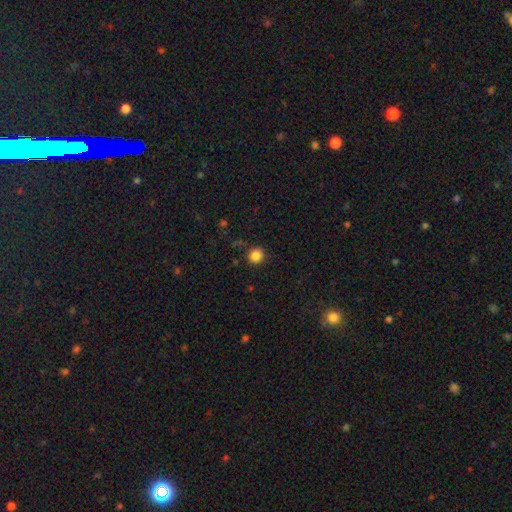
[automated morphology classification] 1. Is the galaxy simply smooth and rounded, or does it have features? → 85% smooth, 11% star or artifact, 4% featured or disk.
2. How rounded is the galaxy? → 92% round, 7% in between, 1% cigar-shaped.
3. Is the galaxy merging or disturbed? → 89% none, 7% minor disturbance, 2% major disturbance, 2% merger.